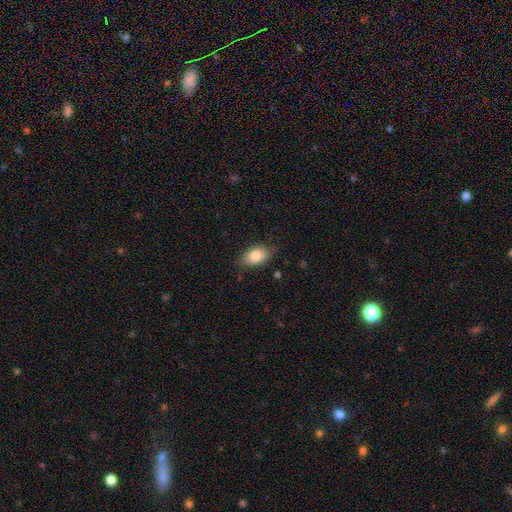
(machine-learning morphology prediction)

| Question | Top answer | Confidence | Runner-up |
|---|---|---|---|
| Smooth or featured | smooth | 83% | featured or disk (10%) |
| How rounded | in between | 89% | round (9%) |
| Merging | none | 78% | minor disturbance (17%) |